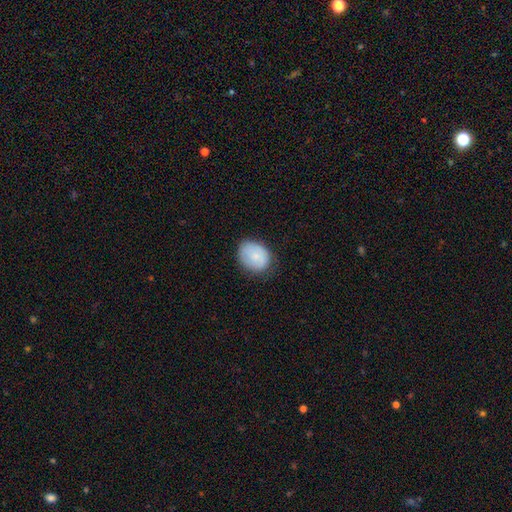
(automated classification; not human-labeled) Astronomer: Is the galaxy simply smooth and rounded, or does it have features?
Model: smooth — 80%.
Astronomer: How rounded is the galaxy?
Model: in between — 54% (runner-up: round, 45%).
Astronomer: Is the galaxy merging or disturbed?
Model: none — 72%.